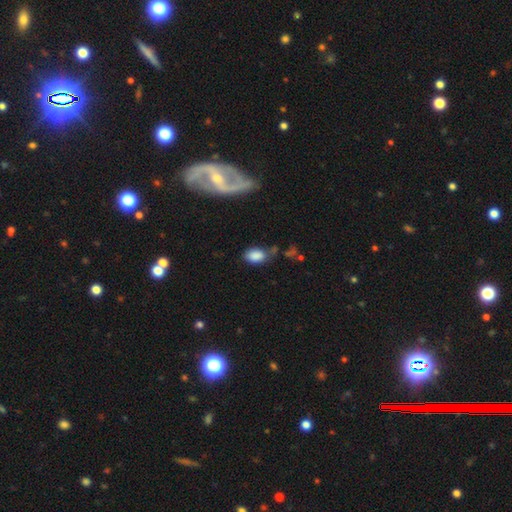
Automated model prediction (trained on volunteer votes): A smooth galaxy with no disk features (86%) that is in between round and cigar-shaped (88%).

Vote fractions:
- Smooth or featured? smooth: 86% / star or artifact: 8% / featured or disk: 6%
- How rounded? in between: 88% / round: 10% / cigar-shaped: 2%
- Merging? none: 57% / minor disturbance: 25% / merger: 9% / major disturbance: 9%